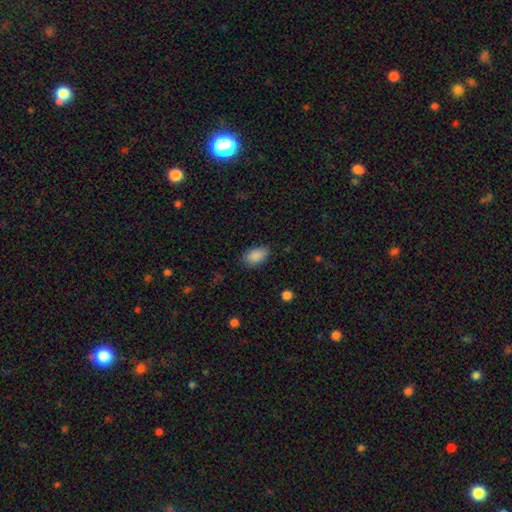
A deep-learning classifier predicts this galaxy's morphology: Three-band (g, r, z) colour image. It shows a smooth galaxy with no disk features (88%) that is in between round and cigar-shaped (91%). Merging: none (80%).